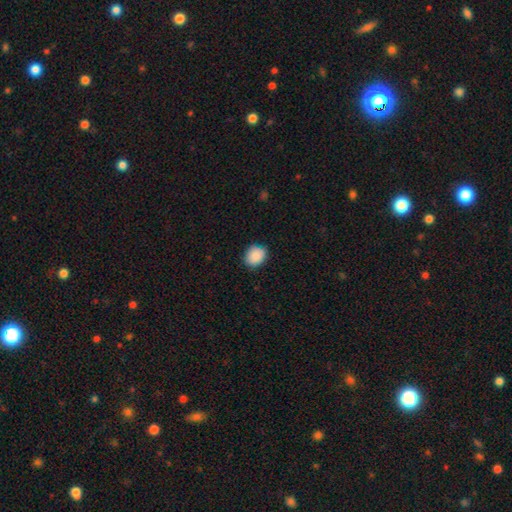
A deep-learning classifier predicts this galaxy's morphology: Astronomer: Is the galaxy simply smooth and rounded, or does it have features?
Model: smooth — 89%.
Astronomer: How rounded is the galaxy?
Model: round — 66%.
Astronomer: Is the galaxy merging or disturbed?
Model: none — 80%.